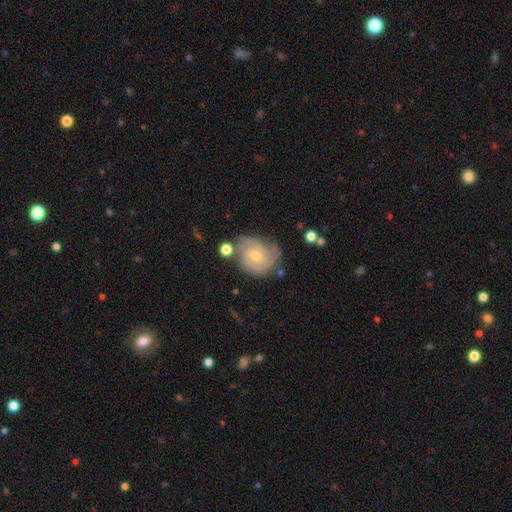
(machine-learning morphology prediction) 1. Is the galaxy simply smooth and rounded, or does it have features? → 74% featured or disk, 19% smooth, 8% star or artifact.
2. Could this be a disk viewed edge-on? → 97% no, 3% yes.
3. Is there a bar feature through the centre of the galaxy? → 72% no, 24% weak, 4% strong.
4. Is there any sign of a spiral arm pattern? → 91% yes, 9% no.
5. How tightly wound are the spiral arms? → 63% tight, 29% medium, 8% loose.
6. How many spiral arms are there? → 30% can't tell, 28% 2, 25% 3, 7% 4, 5% 1, 4% more than 4.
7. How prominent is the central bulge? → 56% small, 41% moderate, 1% large, 1% none, 1% dominant.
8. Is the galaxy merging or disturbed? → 63% none, 22% minor disturbance, 8% major disturbance, 7% merger.